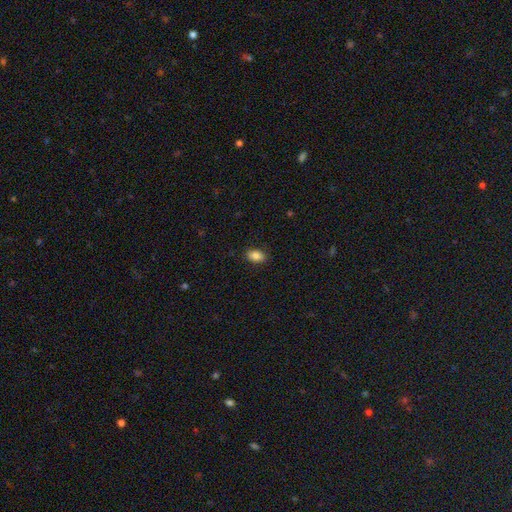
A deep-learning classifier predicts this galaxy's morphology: This appears to be a smooth galaxy with no disk features (85%) that is in between round and cigar-shaped (88%). Merging: none (88%).